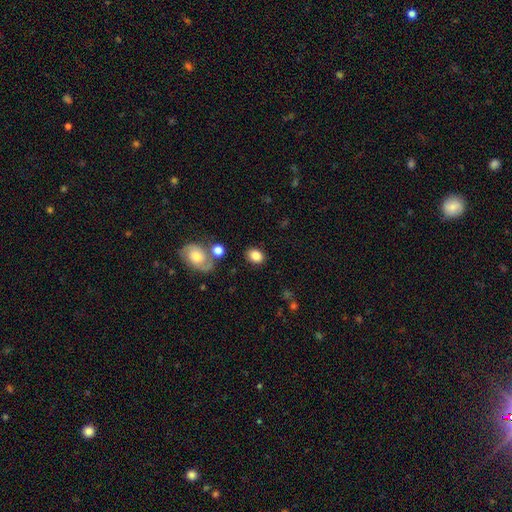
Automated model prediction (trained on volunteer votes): Morphology: type=smooth (82%); roundness=in between (57%); merging=none (79%).